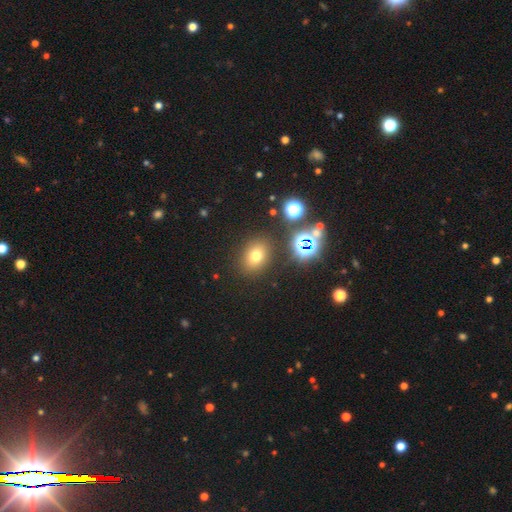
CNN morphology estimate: The model was most divided on "how rounded": round: 50%, in between: 49%, cigar-shaped: 1%. More confident: merging — none (85%); smooth or featured — smooth (67%).